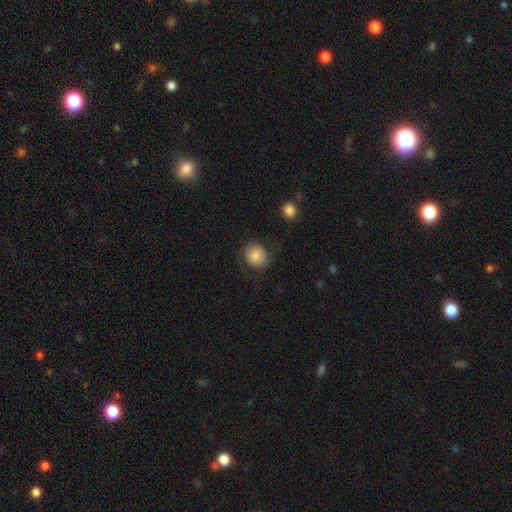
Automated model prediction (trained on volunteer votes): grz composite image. It shows a smooth galaxy with no disk features (82%) that is round (77%). Merging: none (71%).